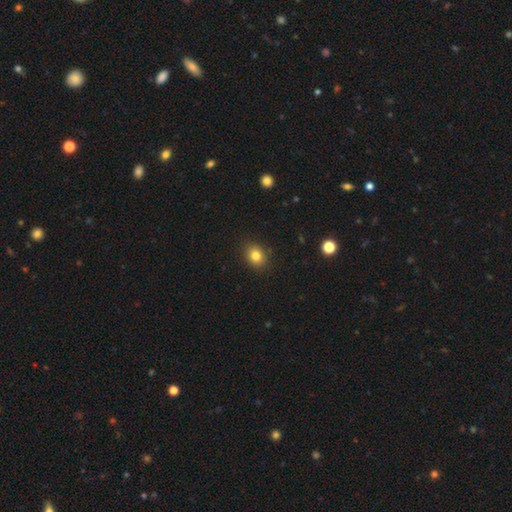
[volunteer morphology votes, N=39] This appears to be a smooth galaxy with no disk features (82%) that is round (50%, tied with in between). Merging: none (86%).